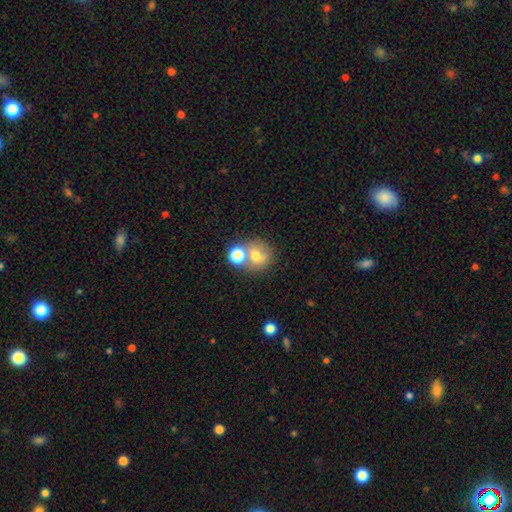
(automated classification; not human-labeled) smooth_or_featured: smooth (p=0.68) [alt: featured or disk p=0.18]
how_rounded: round (p=0.81) [alt: in between p=0.18]
merging: none (p=0.48) [alt: merger p=0.38]